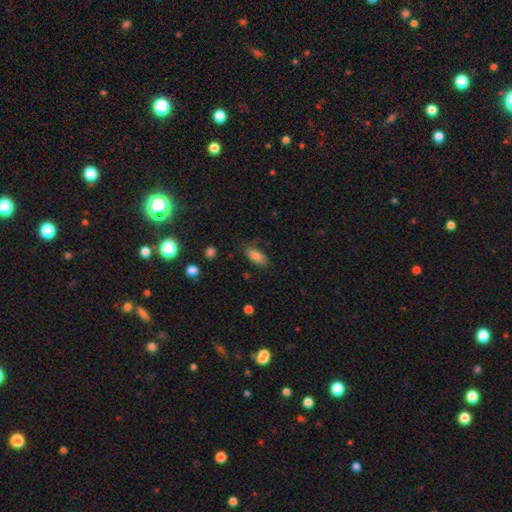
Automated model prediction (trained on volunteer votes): The model was most divided on "merging": none: 72%, minor disturbance: 21%, major disturbance: 5%, merger: 2%. More confident: how rounded — in between (89%); smooth or featured — smooth (83%).